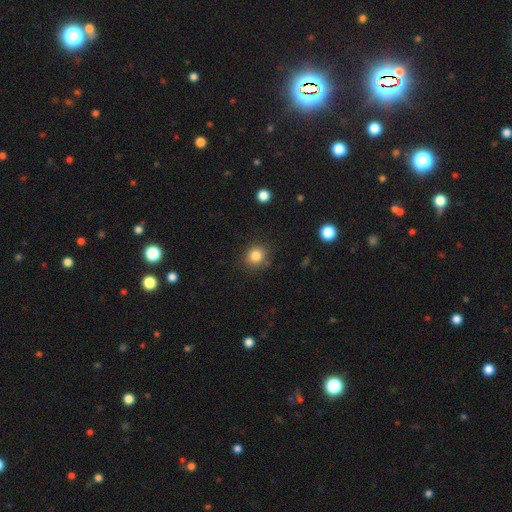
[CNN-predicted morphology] Overall: smooth (83%). How rounded: round (83%). Merging: none (83%).